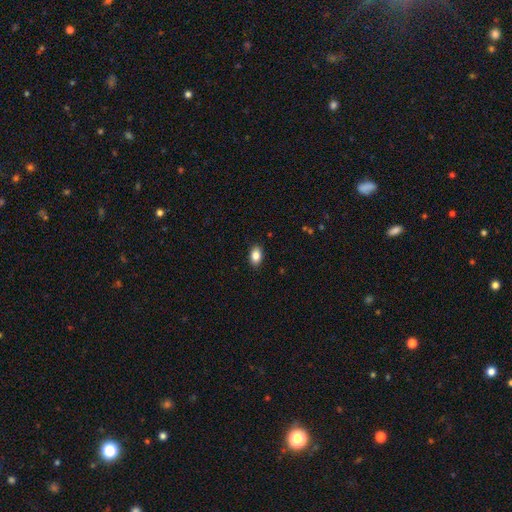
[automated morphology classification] The model was most divided on "how rounded": in between: 87%, round: 12%, cigar-shaped: 1%. More confident: merging — none (89%); smooth or featured — smooth (86%).